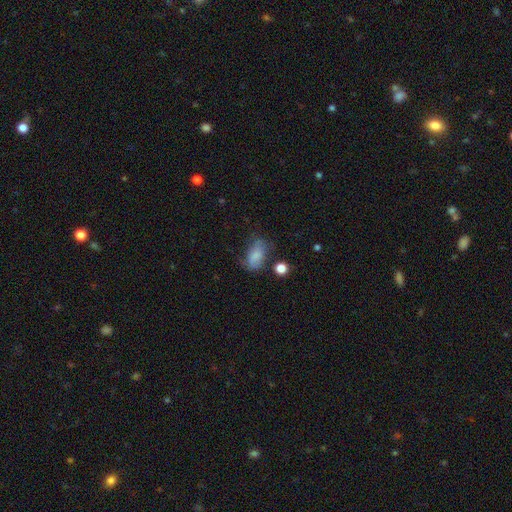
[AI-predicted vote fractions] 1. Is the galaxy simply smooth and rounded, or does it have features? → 73% smooth, 16% featured or disk, 10% star or artifact.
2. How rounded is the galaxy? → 88% in between, 10% round, 2% cigar-shaped.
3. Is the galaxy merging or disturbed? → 46% none, 31% minor disturbance, 18% major disturbance, 6% merger.